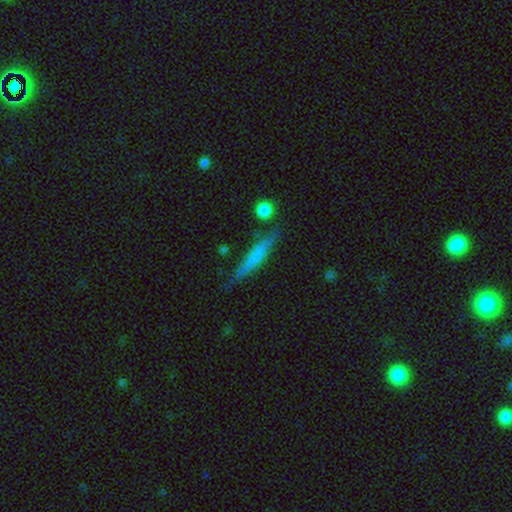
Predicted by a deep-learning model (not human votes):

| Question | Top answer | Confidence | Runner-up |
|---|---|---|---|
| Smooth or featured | smooth | 53% | featured or disk (41%) |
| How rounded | cigar-shaped | 91% | in between (7%) |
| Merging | none | 80% | minor disturbance (13%) |